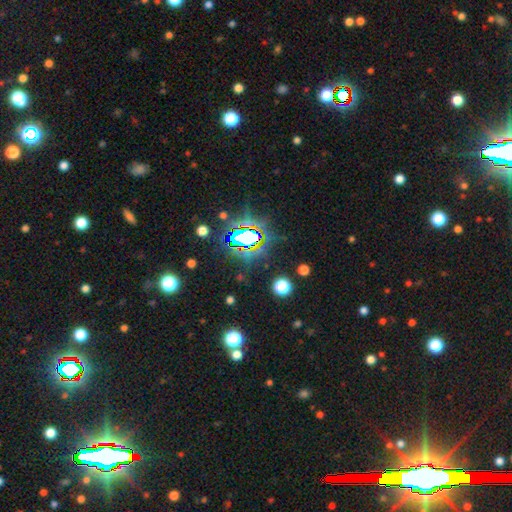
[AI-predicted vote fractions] Smooth or featured?
  - star or artifact: 81% *
  - smooth: 11%
  - featured or disk: 8%